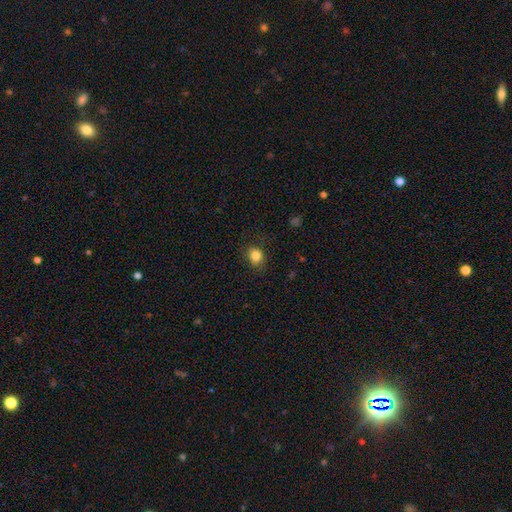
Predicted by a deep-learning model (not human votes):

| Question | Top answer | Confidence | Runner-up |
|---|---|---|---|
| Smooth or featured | smooth | 84% | star or artifact (11%) |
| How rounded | round | 58% | in between (41%) |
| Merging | none | 80% | minor disturbance (15%) |